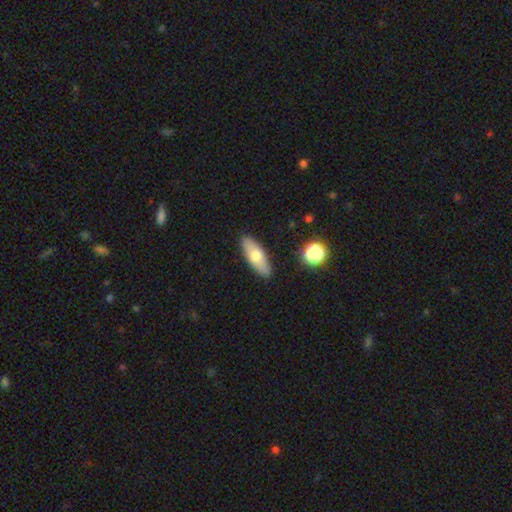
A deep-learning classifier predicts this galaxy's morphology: A smooth galaxy with no disk features (66%) that is in between round and cigar-shaped (63%).

Vote fractions:
- Smooth or featured? smooth: 66% / featured or disk: 27% / star or artifact: 7%
- How rounded? in between: 63% / cigar-shaped: 34% / round: 3%
- Merging? none: 88% / minor disturbance: 8% / major disturbance: 2% / merger: 2%